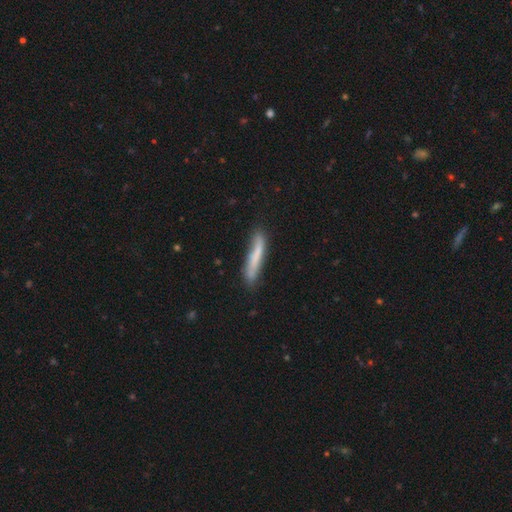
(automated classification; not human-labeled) Morphology: type=smooth (62%); roundness=cigar-shaped (93%); merging=none (74%).